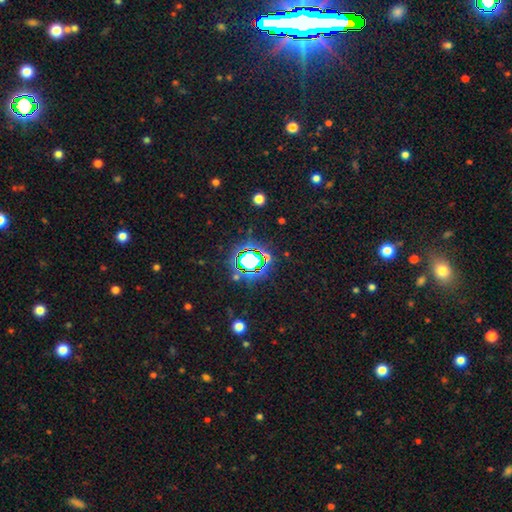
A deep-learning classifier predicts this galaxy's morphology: Smooth or featured?
  - star or artifact: 68% *
  - smooth: 20%
  - featured or disk: 11%